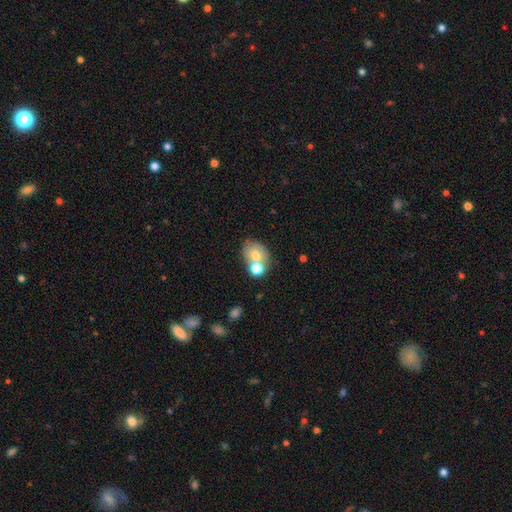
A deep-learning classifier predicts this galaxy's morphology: Smooth or featured?
  - smooth: 70% *
  - featured or disk: 20%
  - star or artifact: 10%
How rounded?
  - in between: 50% *
  - round: 49%
  - cigar-shaped: 1%
Merging?
  - merger: 44% *
  - none: 41%
  - minor disturbance: 11%
  - major disturbance: 5%